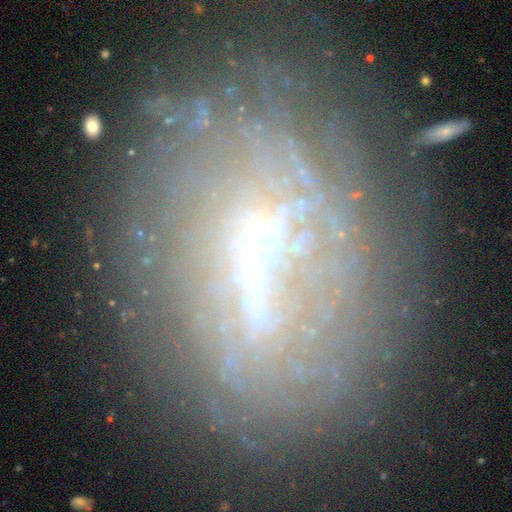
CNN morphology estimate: Smooth or featured? Predicted: featured or disk (p=0.62). Edge-on disk? Predicted: no (p=0.91). Bar? Predicted: no (p=0.40). Spiral arms? Predicted: no (p=0.59). Bulge size? Predicted: small (p=0.47). Merging? Predicted: none (p=0.64).